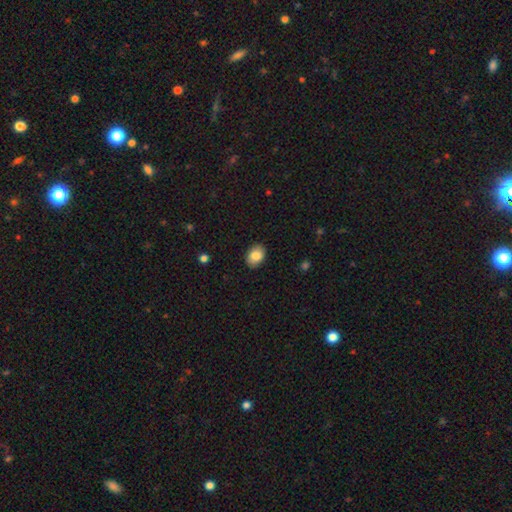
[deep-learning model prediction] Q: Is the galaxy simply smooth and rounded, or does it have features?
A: smooth — 84%.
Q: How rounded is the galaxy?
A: in between — 73%.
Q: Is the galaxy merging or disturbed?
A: none — 88%.